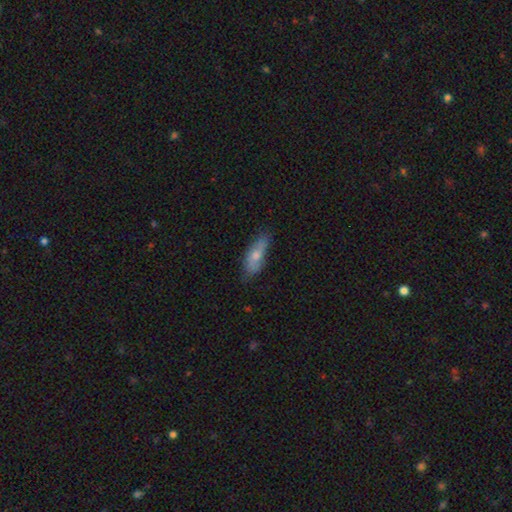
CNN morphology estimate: Overall: smooth (65%; featured or disk 28%). How rounded: in between (62%; cigar-shaped 36%). Merging: none (64%; minor disturbance 27%).